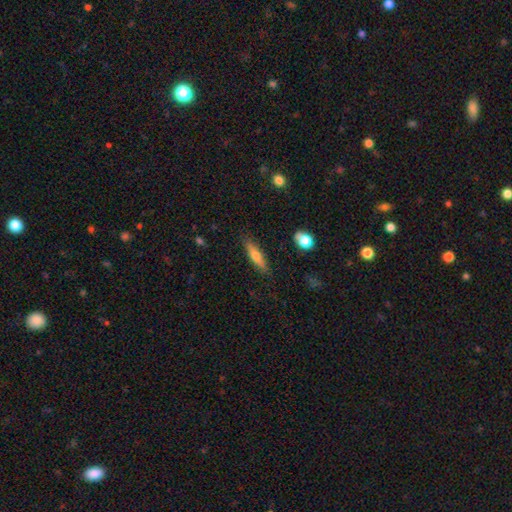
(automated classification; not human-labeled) Q: Smooth or featured?
A: smooth (56%); runner-up: featured or disk (37%)
Q: How rounded?
A: cigar-shaped (76%); runner-up: in between (21%)
Q: Merging?
A: none (85%); runner-up: minor disturbance (11%)